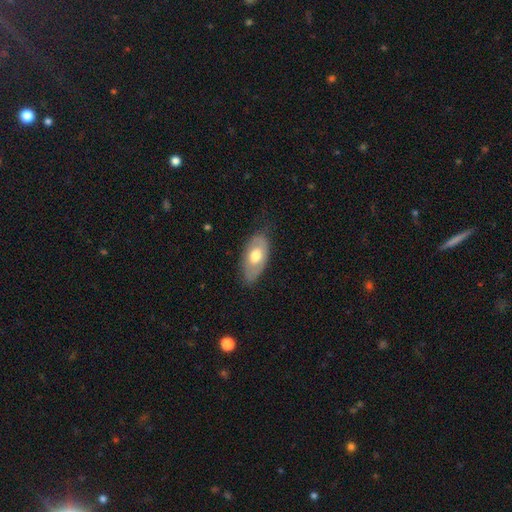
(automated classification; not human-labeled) Smooth or featured: smooth — 57% (featured or disk — 38%)
How rounded: in between — 92% (round — 4%)
Merging: none — 71% (minor disturbance — 22%)